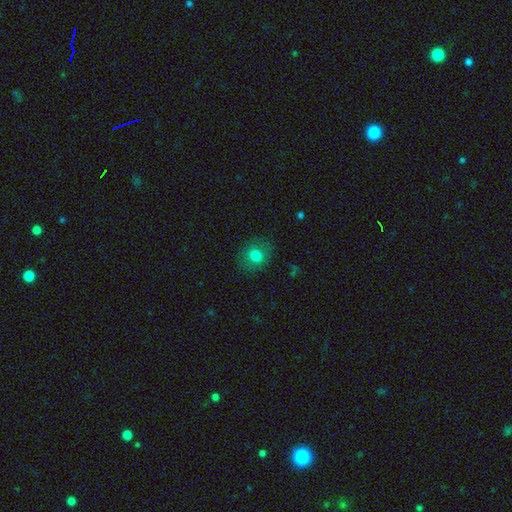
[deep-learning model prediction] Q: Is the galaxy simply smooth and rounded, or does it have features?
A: smooth — 78%.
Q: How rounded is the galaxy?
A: round — 73%.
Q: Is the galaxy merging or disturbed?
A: none — 84%.